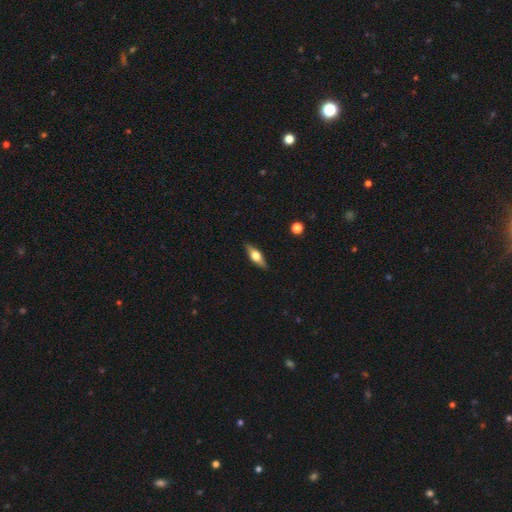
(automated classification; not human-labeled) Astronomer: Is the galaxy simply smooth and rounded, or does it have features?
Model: featured or disk — 53% (runner-up: smooth, 41%).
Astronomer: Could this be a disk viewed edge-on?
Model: yes — 92%.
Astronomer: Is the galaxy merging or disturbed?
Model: none — 88%.